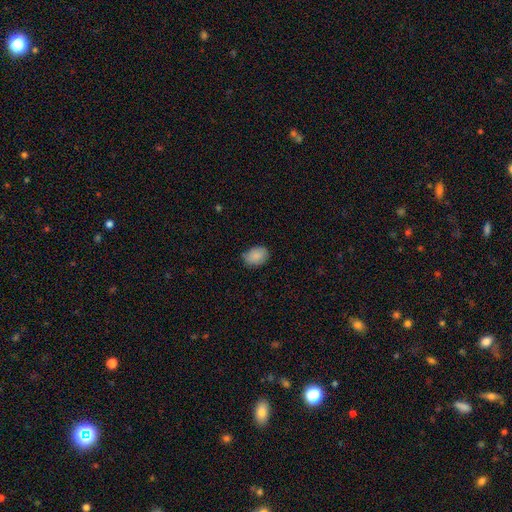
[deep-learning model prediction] This appears to be a smooth galaxy with no disk features (88%) that is in between round and cigar-shaped (77%). Merging: none (75%).